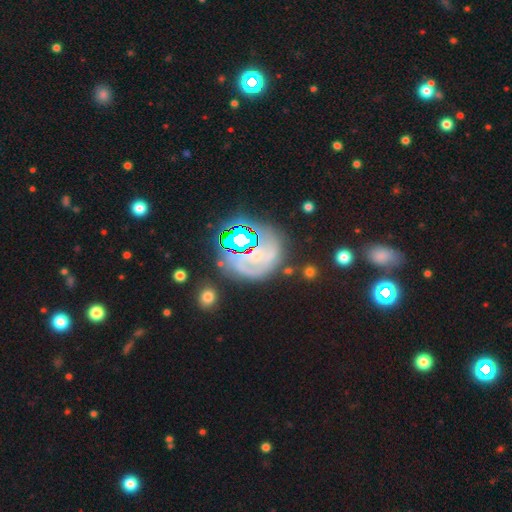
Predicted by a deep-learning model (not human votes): smooth-or-featured: featured or disk: 44% | star or artifact: 36% | smooth: 20%
  merging: none: 64% | minor disturbance: 17% | major disturbance: 13% | merger: 7%